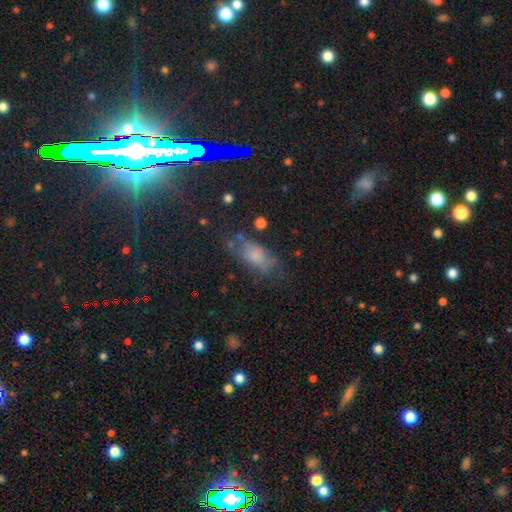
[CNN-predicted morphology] Smooth or featured? smooth (65%)
How rounded? in between (80%)
Merging? none (49%)